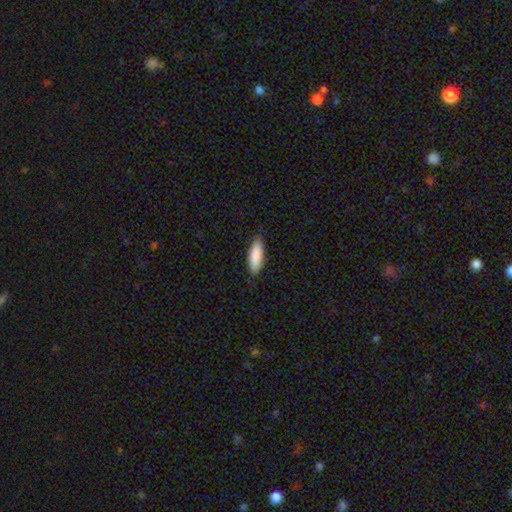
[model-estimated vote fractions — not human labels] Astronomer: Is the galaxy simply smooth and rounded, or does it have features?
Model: smooth — 88%.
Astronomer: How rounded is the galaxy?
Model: in between — 59% (runner-up: cigar-shaped, 39%).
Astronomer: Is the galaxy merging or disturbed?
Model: none — 78%.